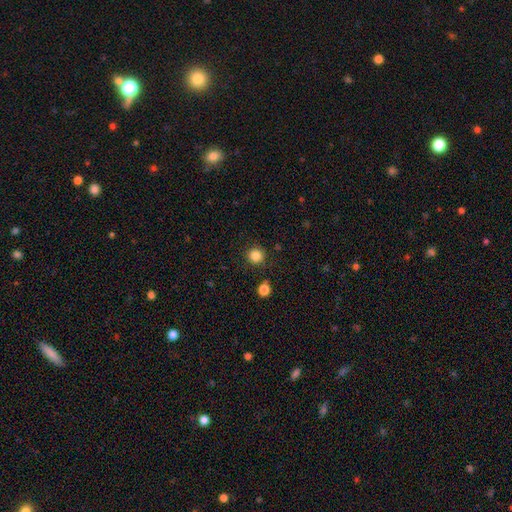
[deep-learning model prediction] smooth-or-featured: smooth: 84% | star or artifact: 12% | featured or disk: 4%
  how-rounded: round: 95% | in between: 4% | cigar-shaped: 1%
  merging: none: 89% | minor disturbance: 7% | major disturbance: 2% | merger: 2%